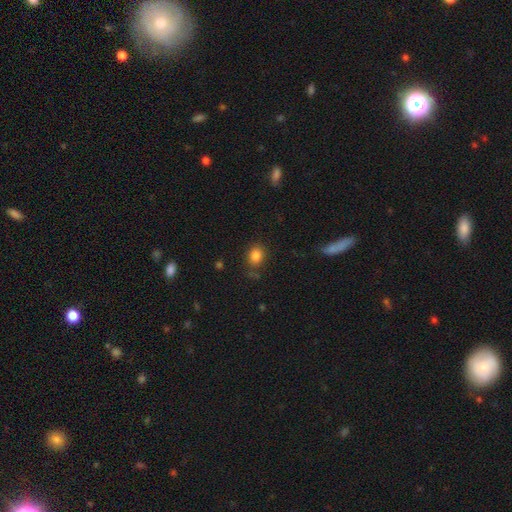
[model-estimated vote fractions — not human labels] Smooth or featured?
  - smooth: 83% *
  - star or artifact: 11%
  - featured or disk: 6%
How rounded?
  - round: 54% *
  - in between: 45%
  - cigar-shaped: 1%
Merging?
  - none: 78% *
  - minor disturbance: 14%
  - major disturbance: 4%
  - merger: 3%